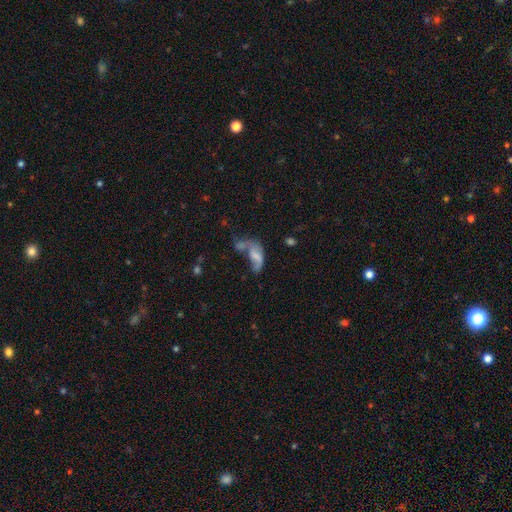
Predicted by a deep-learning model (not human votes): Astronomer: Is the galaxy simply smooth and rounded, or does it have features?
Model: smooth — 53% (runner-up: featured or disk, 35%).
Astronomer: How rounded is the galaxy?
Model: in between — 86%.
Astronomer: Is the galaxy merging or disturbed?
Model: merger — 45% (runner-up: major disturbance, 26%).